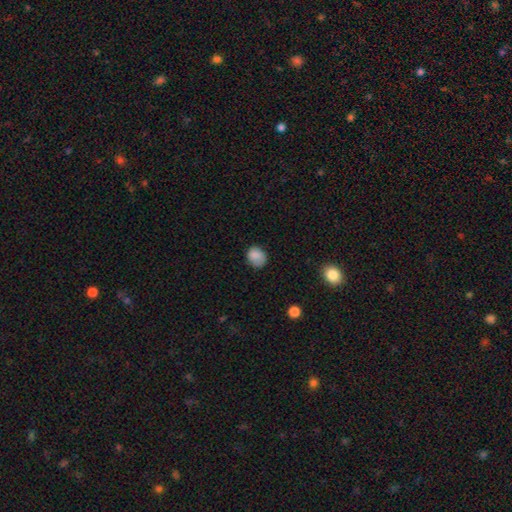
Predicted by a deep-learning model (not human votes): A smooth galaxy with no disk features (85%) that is round (57%).

Vote fractions:
- Smooth or featured? smooth: 85% / star or artifact: 9% / featured or disk: 6%
- How rounded? round: 57% / in between: 42% / cigar-shaped: 1%
- Merging? none: 65% / minor disturbance: 26% / major disturbance: 7% / merger: 2%